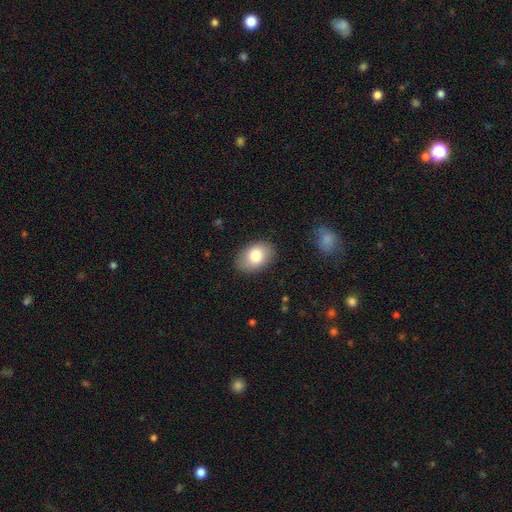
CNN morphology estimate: Overall: smooth (81%). How rounded: in between (84%). Merging: none (86%).